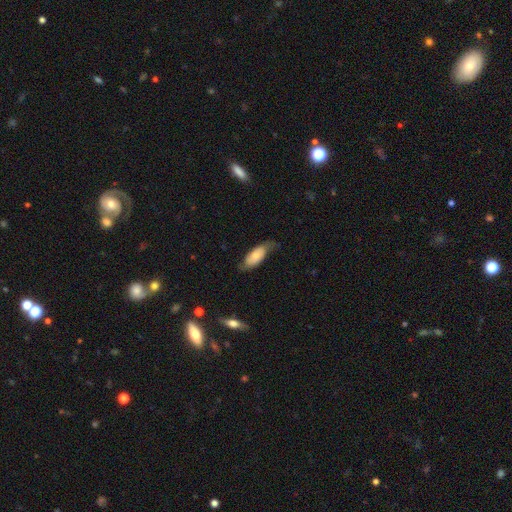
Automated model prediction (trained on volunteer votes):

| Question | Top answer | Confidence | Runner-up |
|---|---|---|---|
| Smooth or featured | smooth | 54% | featured or disk (39%) |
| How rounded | in between | 83% | cigar-shaped (14%) |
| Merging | none | 56% | minor disturbance (31%) |